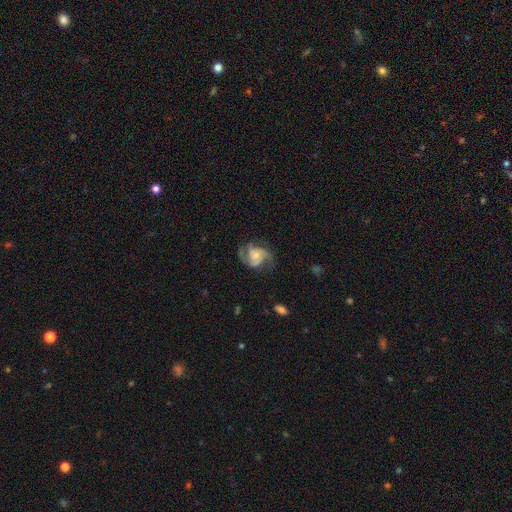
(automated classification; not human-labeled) smooth-or-featured: featured or disk: 84% | smooth: 11% | star or artifact: 6%
  disk-edge-on: no: 98% | yes: 2%
    bar: no: 68% | weak: 26% | strong: 6%
    has-spiral-arms: yes: 96% | no: 4%
      spiral-winding: medium: 53% | loose: 24% | tight: 23%
      spiral-arm-count: 2: 57% | 3: 26% | can't tell: 7% | 4: 4% | 1: 4% | more than 4: 3%
    bulge-size: small: 59% | moderate: 27% | none: 8% | large: 4% | dominant: 1%
  merging: none: 65% | minor disturbance: 19% | major disturbance: 15% | merger: 2%